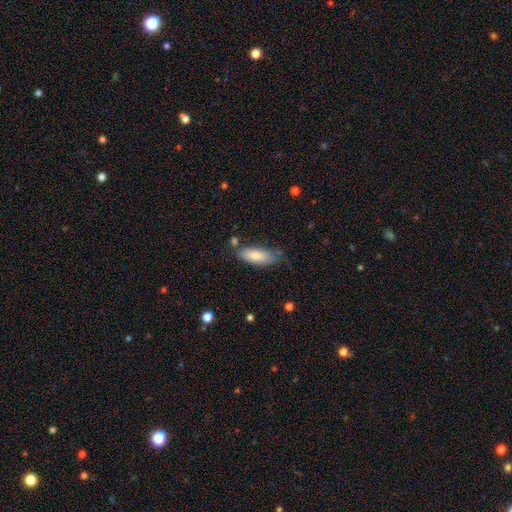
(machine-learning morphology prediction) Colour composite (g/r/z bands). It shows a smooth galaxy with no disk features (83%) that is in between round and cigar-shaped (72%). Merging: none (57%).